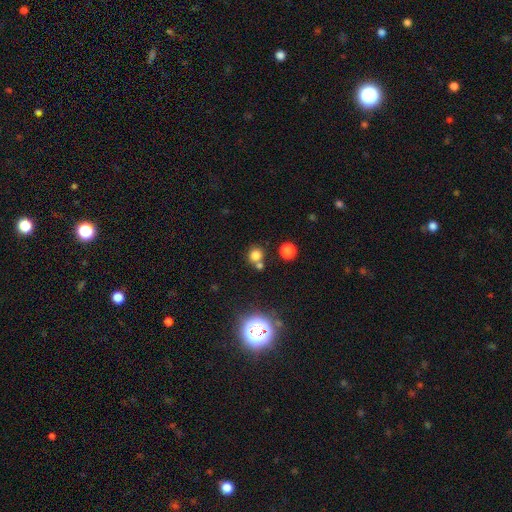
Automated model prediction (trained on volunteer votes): Q: Smooth or featured?
A: smooth (76%); runner-up: star or artifact (18%)
Q: How rounded?
A: round (84%); runner-up: in between (15%)
Q: Merging?
A: none (63%); runner-up: merger (24%)